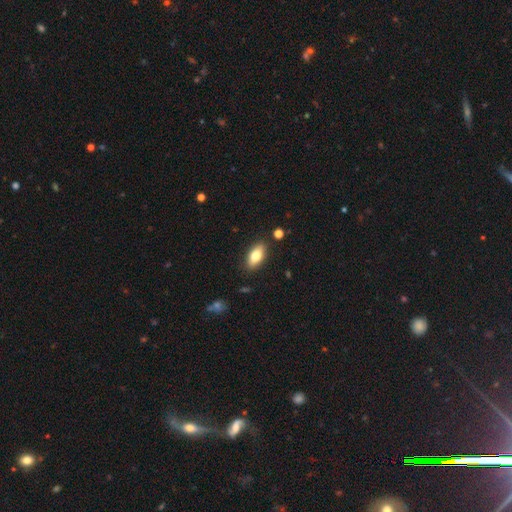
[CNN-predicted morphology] Smooth or featured? smooth (77%)
How rounded? in between (86%)
Merging? none (86%)